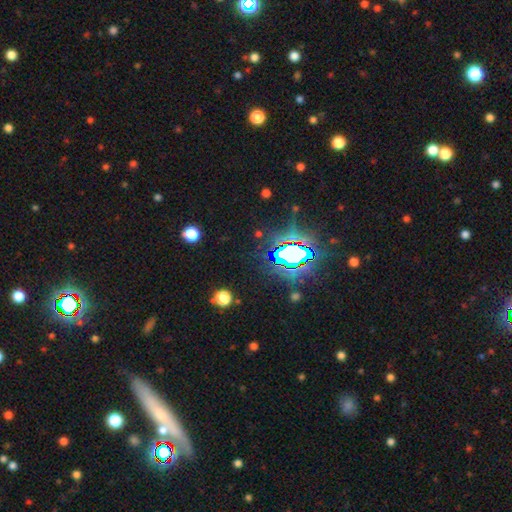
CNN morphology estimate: Smooth or featured? Predicted: star or artifact (p=0.80).